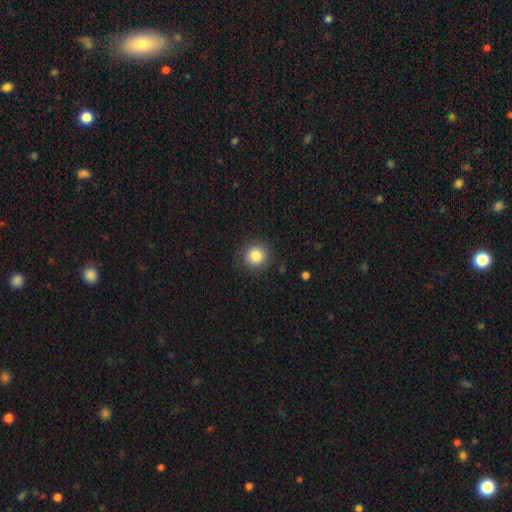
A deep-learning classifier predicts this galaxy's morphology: A smooth galaxy with no disk features (84%) that is round (91%). Merging: none (89%).